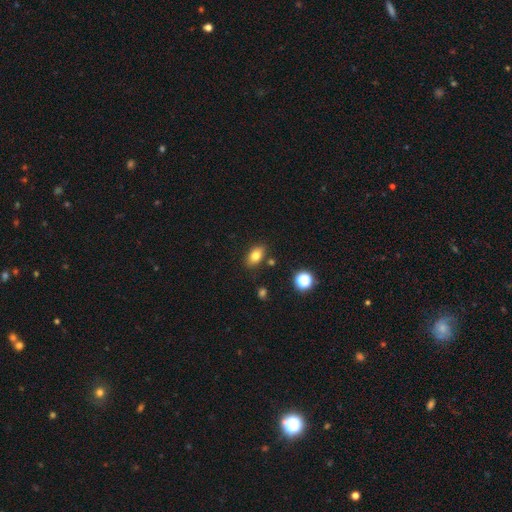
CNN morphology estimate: Smooth or featured?
  - smooth: 78% *
  - featured or disk: 11%
  - star or artifact: 11%
How rounded?
  - in between: 86% *
  - round: 11%
  - cigar-shaped: 3%
Merging?
  - none: 83% *
  - minor disturbance: 10%
  - merger: 4%
  - major disturbance: 2%